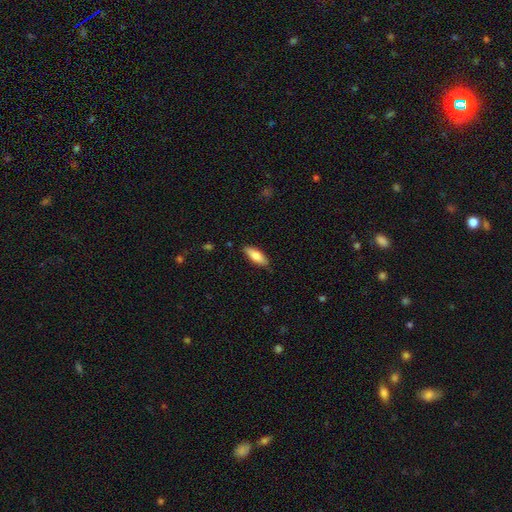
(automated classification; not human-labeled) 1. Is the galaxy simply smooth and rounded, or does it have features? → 79% smooth, 15% featured or disk, 6% star or artifact.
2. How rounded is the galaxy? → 66% in between, 32% cigar-shaped, 2% round.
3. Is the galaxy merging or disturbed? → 85% none, 12% minor disturbance, 2% major disturbance, 1% merger.